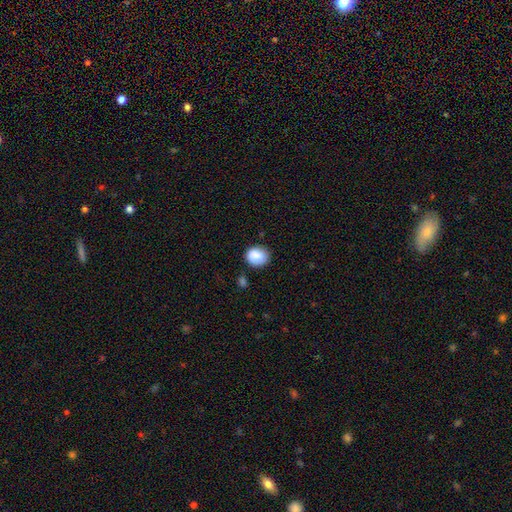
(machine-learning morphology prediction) A smooth galaxy with no disk features (86%) that is round (68%).

Vote fractions:
- Smooth or featured? smooth: 86% / star or artifact: 8% / featured or disk: 6%
- How rounded? round: 68% / in between: 31% / cigar-shaped: 1%
- Merging? none: 73% / minor disturbance: 19% / major disturbance: 5% / merger: 3%